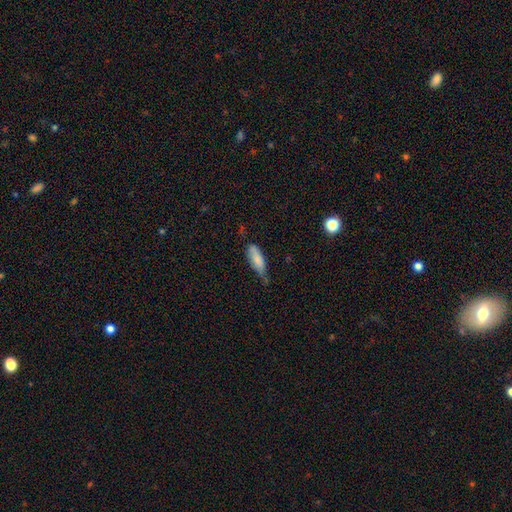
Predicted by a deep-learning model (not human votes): Overall: smooth (80%). How rounded: in between (62%; cigar-shaped 37%). Merging: none (44%; minor disturbance 43%).